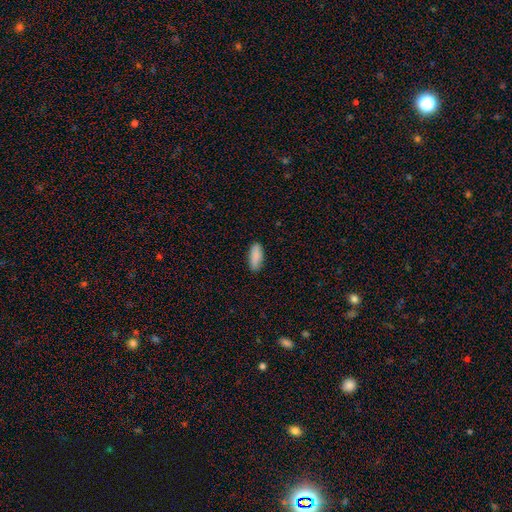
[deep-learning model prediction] This appears to be a smooth galaxy with no disk features (88%) that is in between round and cigar-shaped (77%). Merging: none (85%).